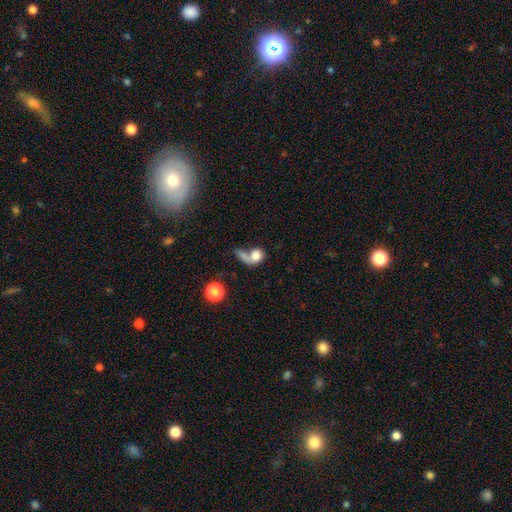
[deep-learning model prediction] smooth_or_featured: smooth (p=0.70) [alt: featured or disk p=0.19]
how_rounded: round (p=0.59) [alt: in between p=0.38]
merging: merger (p=0.36) [alt: none p=0.26]